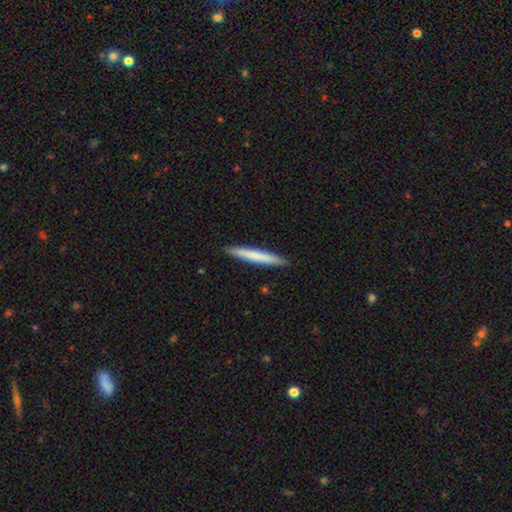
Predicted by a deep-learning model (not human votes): Smooth or featured? Predicted: smooth (p=0.70). How rounded? Predicted: cigar-shaped (p=0.97). Merging? Predicted: none (p=0.92).